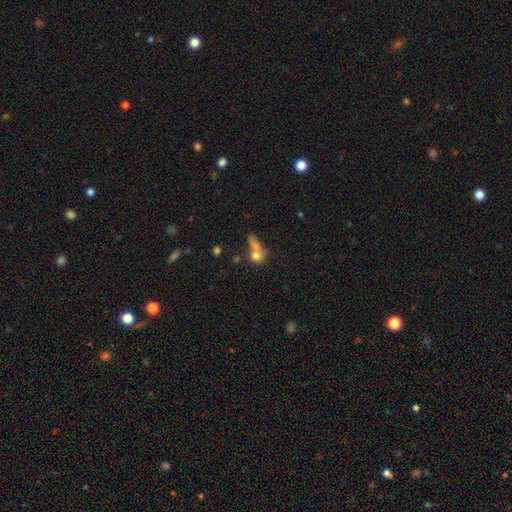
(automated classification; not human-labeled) The model was most divided on "merging": merger: 46%, none: 33%, major disturbance: 10%, minor disturbance: 10%. More confident: smooth or featured — smooth (65%); how rounded — round (62%).